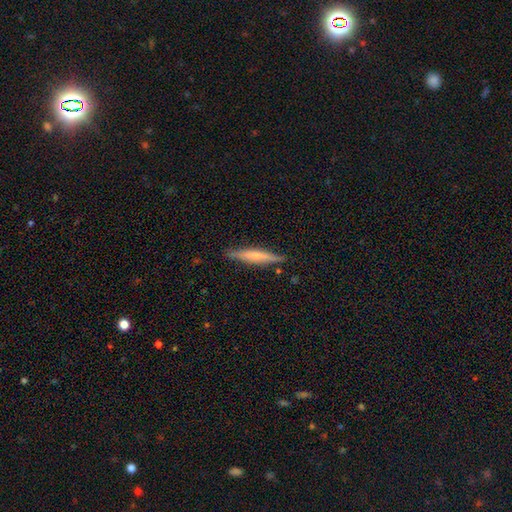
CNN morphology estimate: A smooth galaxy with no disk features (49%). Merging: none (87%).